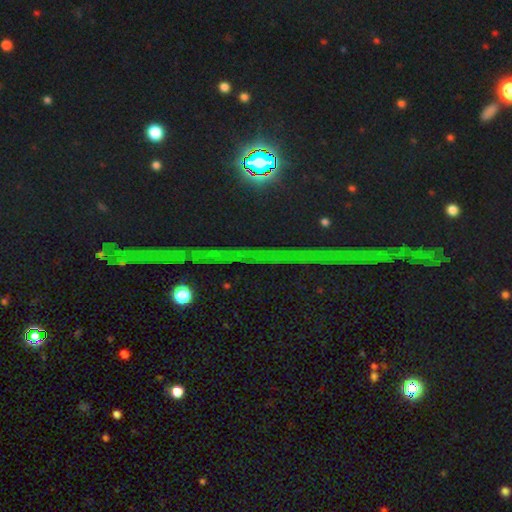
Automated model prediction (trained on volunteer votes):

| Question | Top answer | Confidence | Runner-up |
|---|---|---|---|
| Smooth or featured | star or artifact | 85% | featured or disk (8%) |